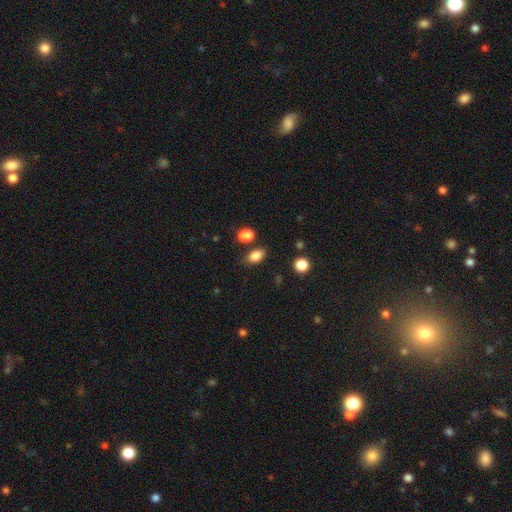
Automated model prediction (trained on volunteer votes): The model was most divided on "merging": none: 73%, minor disturbance: 14%, merger: 9%, major disturbance: 4%. More confident: how rounded — in between (85%); smooth or featured — smooth (85%).